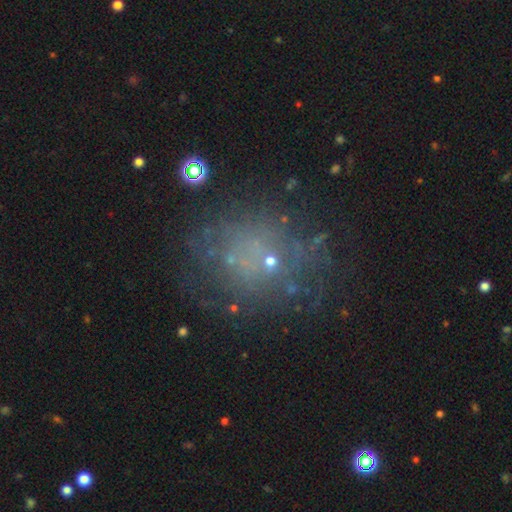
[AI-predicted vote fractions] Smooth or featured? Predicted: smooth (p=0.37). Merging? Predicted: none (p=0.69).